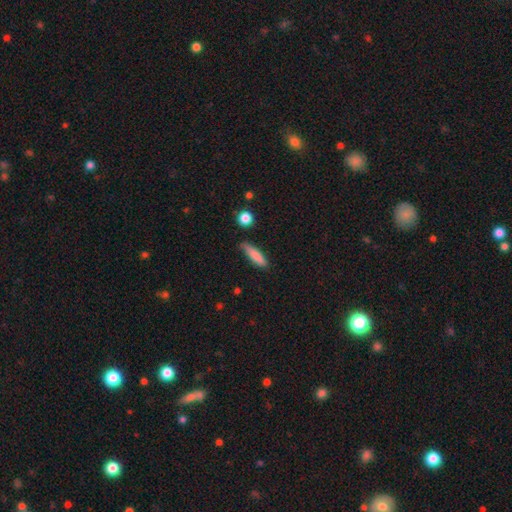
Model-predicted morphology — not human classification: type=smooth (82%); roundness=cigar-shaped (69%); merging=none (72%).